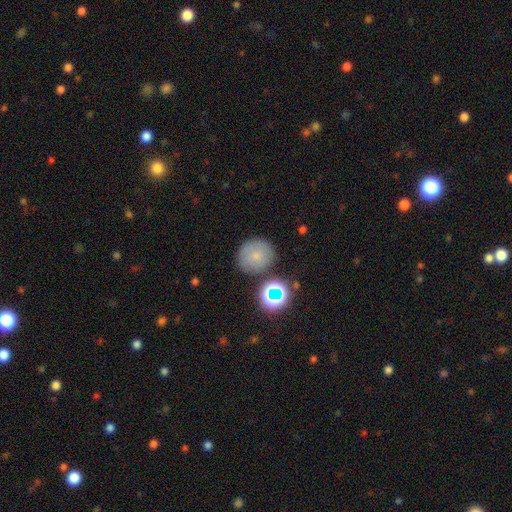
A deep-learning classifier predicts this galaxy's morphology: Q: Smooth or featured?
A: smooth (67%); runner-up: star or artifact (18%)
Q: How rounded?
A: round (81%); runner-up: in between (18%)
Q: Merging?
A: none (76%); runner-up: minor disturbance (13%)